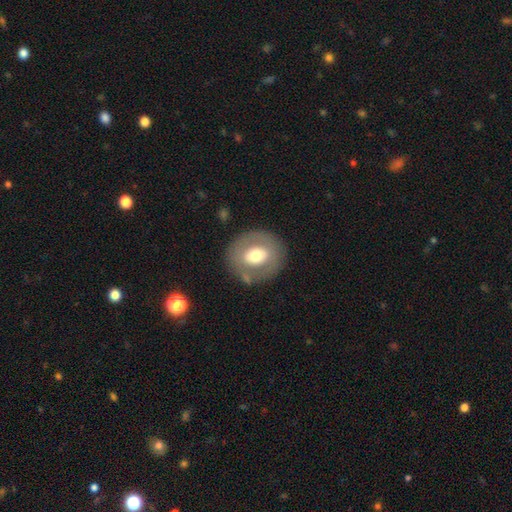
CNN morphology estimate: This is possibly a smooth galaxy (55%). How rounded: likely round (77%). Merging: clearly none (80%).